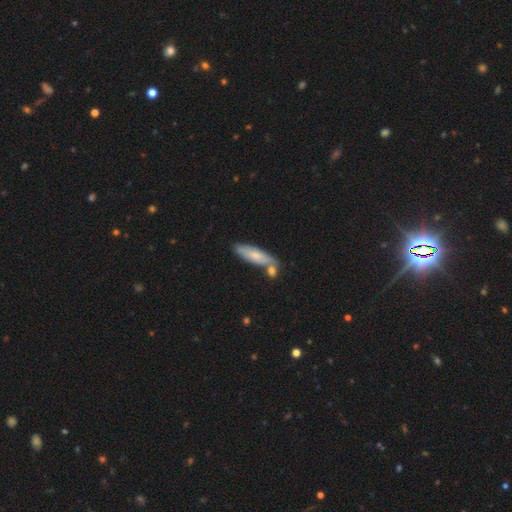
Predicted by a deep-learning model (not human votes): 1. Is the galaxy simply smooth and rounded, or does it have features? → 66% smooth, 29% featured or disk, 6% star or artifact.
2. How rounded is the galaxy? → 65% cigar-shaped, 33% in between, 2% round.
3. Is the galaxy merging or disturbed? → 63% none, 18% merger, 15% minor disturbance, 3% major disturbance.